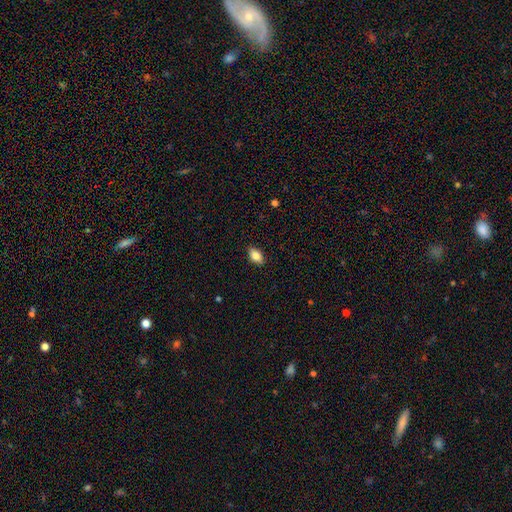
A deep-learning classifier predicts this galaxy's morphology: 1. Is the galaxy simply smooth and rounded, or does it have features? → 84% smooth, 8% featured or disk, 8% star or artifact.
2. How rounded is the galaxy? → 89% in between, 8% round, 3% cigar-shaped.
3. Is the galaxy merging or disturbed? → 88% none, 9% minor disturbance, 2% major disturbance, 1% merger.